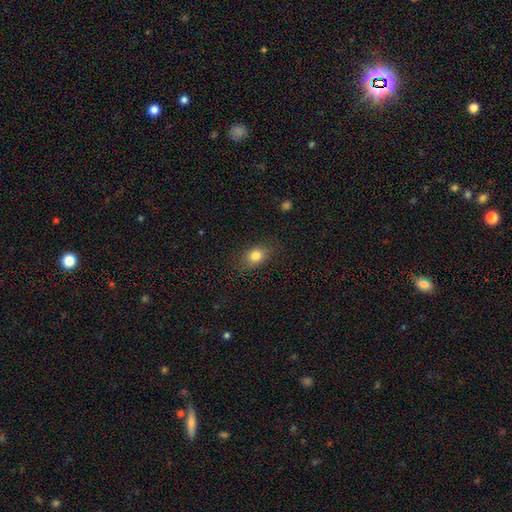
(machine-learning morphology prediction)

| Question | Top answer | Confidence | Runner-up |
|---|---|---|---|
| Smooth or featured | smooth | 80% | star or artifact (10%) |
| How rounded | in between | 70% | round (28%) |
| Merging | none | 80% | minor disturbance (15%) |